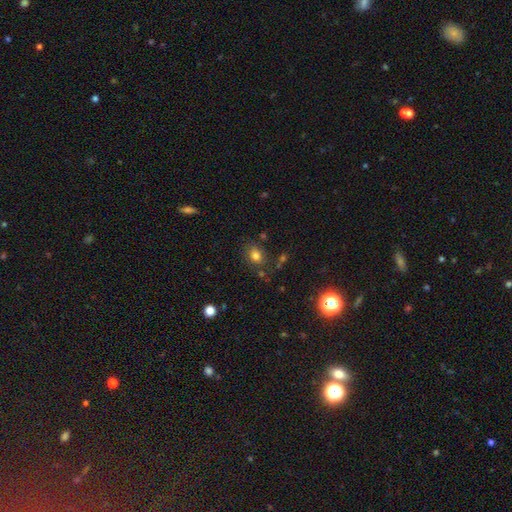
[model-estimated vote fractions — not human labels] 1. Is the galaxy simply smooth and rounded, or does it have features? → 77% smooth, 15% star or artifact, 8% featured or disk.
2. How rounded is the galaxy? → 53% in between, 46% round, 1% cigar-shaped.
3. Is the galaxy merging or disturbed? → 75% none, 14% minor disturbance, 6% merger, 5% major disturbance.